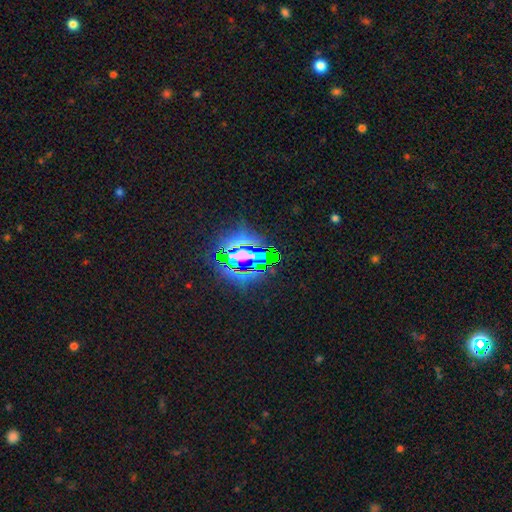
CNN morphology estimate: star or artifact 74%, featured or disk 13%, smooth 13%.